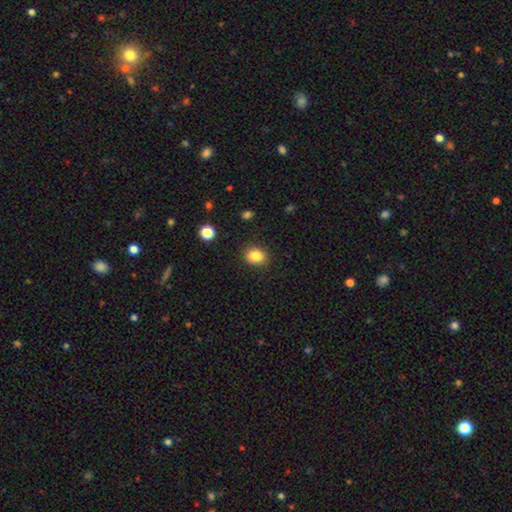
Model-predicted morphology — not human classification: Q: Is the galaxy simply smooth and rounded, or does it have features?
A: smooth — 85%.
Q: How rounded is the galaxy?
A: round — 52%.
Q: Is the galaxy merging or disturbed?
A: none — 87%.